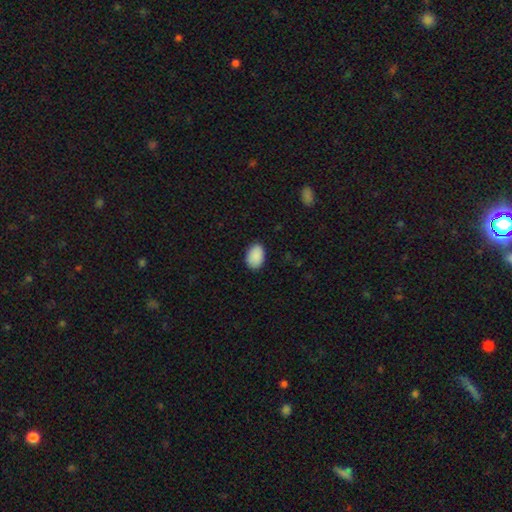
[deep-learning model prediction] This appears to be a smooth galaxy with no disk features (91%) that is in between round and cigar-shaped (87%). Merging: none (87%).